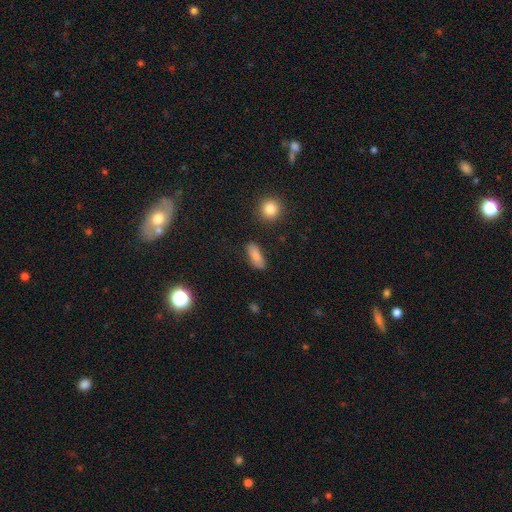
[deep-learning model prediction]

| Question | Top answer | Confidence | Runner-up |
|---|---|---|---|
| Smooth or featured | smooth | 80% | featured or disk (12%) |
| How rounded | in between | 76% | cigar-shaped (19%) |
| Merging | none | 82% | minor disturbance (12%) |